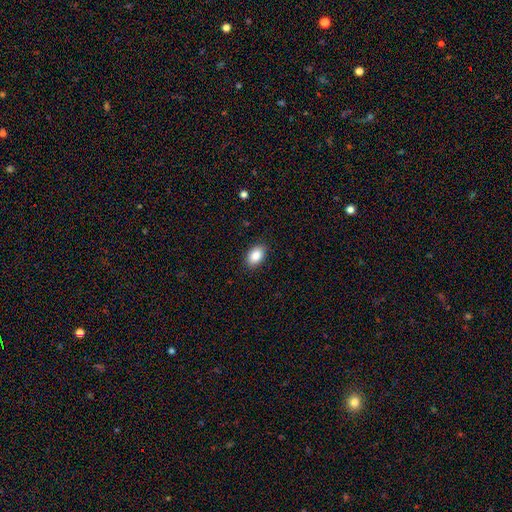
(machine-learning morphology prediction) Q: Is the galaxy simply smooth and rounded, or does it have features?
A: smooth — 88%.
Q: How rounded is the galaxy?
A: in between — 89%.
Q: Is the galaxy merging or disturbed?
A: none — 88%.